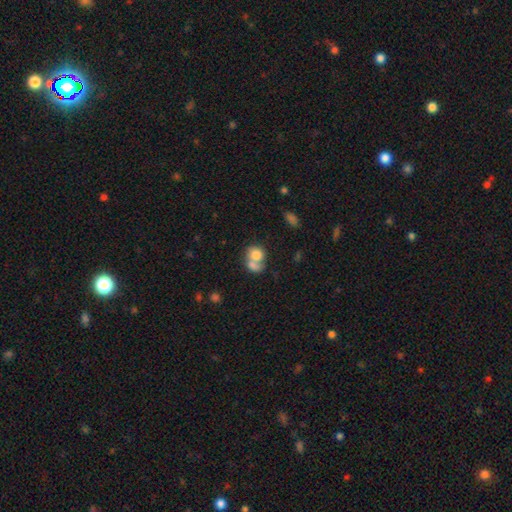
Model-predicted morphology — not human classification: smooth-or-featured: smooth: 75% | featured or disk: 17% | star or artifact: 8%
  how-rounded: round: 60% | in between: 39% | cigar-shaped: 1%
  merging: merger: 64% | none: 22% | minor disturbance: 8% | major disturbance: 6%